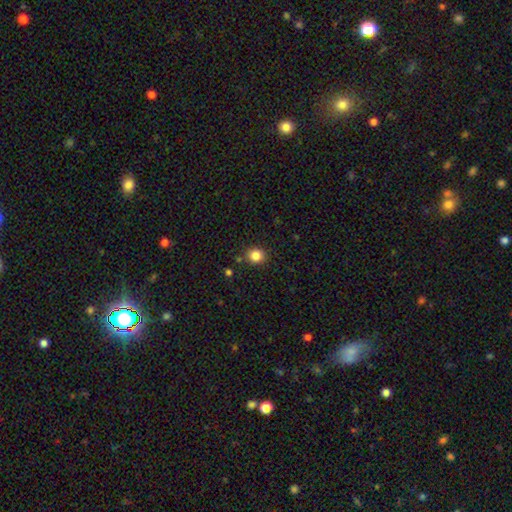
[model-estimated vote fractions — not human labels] This appears to be a smooth galaxy with no disk features (84%) that is round (84%). Merging: none (87%).